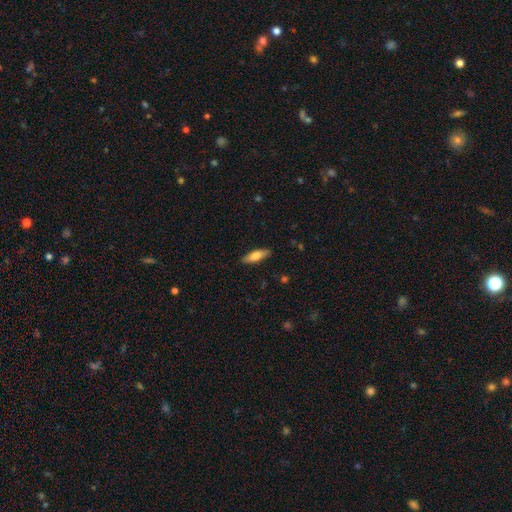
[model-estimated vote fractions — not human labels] Smooth or featured? Predicted: smooth (p=0.74). How rounded? Predicted: in between (p=0.50). Merging? Predicted: none (p=0.87).